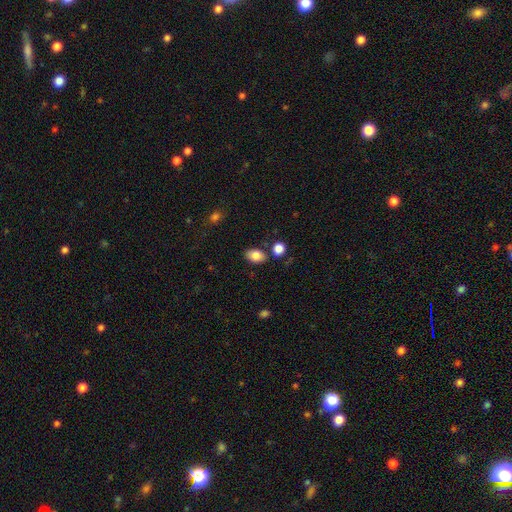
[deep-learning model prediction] A smooth galaxy with no disk features (84%) that is in between round and cigar-shaped (85%). Merging: none (79%).